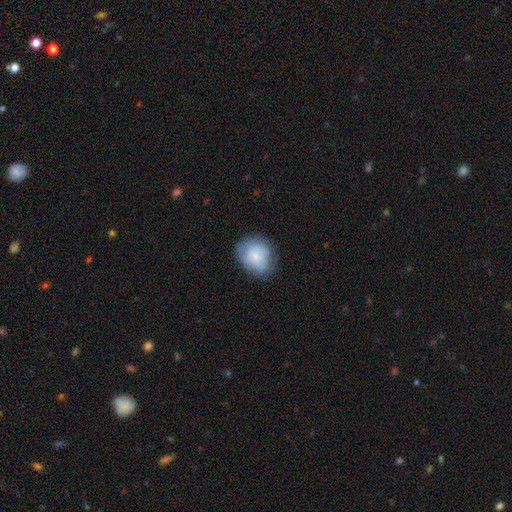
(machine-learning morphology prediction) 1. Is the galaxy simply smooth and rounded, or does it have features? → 74% smooth, 18% featured or disk, 8% star or artifact.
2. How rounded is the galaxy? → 59% round, 40% in between, 1% cigar-shaped.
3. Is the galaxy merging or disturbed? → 65% none, 25% minor disturbance, 8% major disturbance, 1% merger.